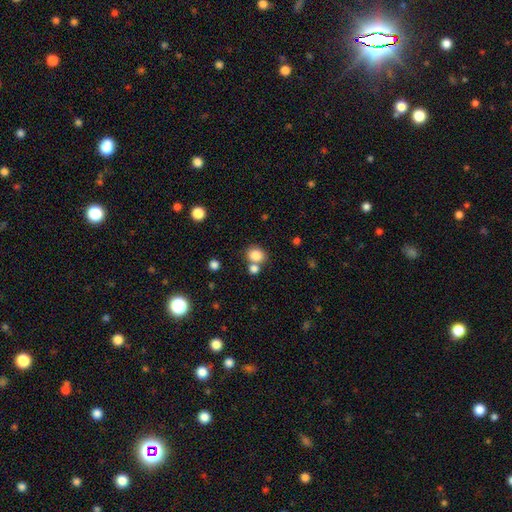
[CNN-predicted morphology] Smooth or featured: smooth — 83% (star or artifact — 11%)
How rounded: round — 63% (in between — 36%)
Merging: none — 59% (merger — 28%)